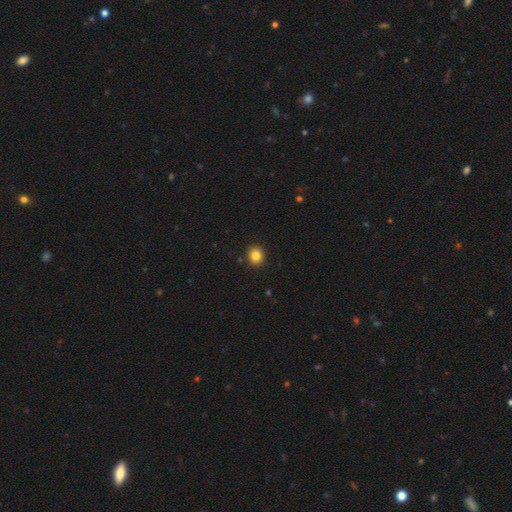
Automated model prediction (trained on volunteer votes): smooth_or_featured: smooth (p=0.85) [alt: star or artifact p=0.11]
how_rounded: round (p=0.81) [alt: in between p=0.18]
merging: none (p=0.91) [alt: minor disturbance p=0.06]